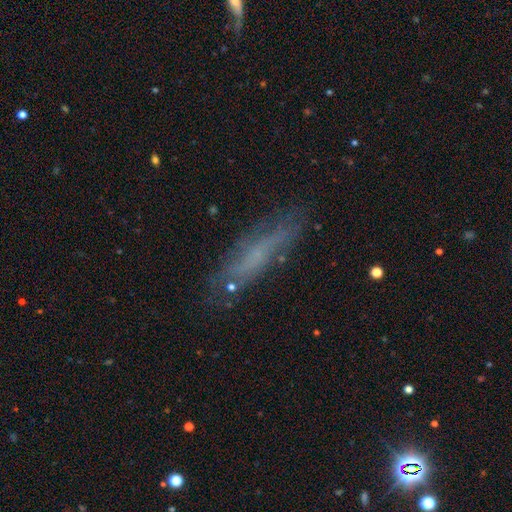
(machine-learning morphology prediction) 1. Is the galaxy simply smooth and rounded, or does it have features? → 44% featured or disk, 43% smooth, 13% star or artifact.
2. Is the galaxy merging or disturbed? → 71% none, 19% minor disturbance, 7% major disturbance, 3% merger.